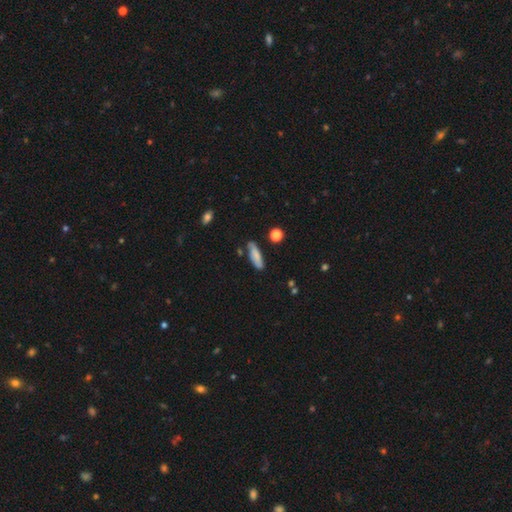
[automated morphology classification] The model was most divided on "how rounded": cigar-shaped: 53%, in between: 45%, round: 2%. More confident: smooth or featured — smooth (78%); merging — none (75%).